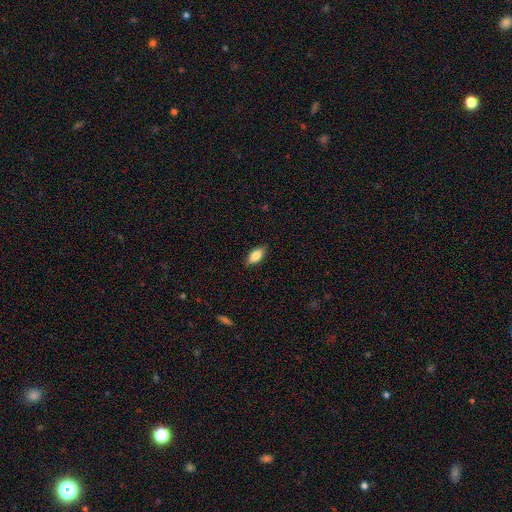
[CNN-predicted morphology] Q: Smooth or featured?
A: smooth (80%); runner-up: featured or disk (13%)
Q: How rounded?
A: in between (87%); runner-up: cigar-shaped (10%)
Q: Merging?
A: none (86%); runner-up: minor disturbance (11%)